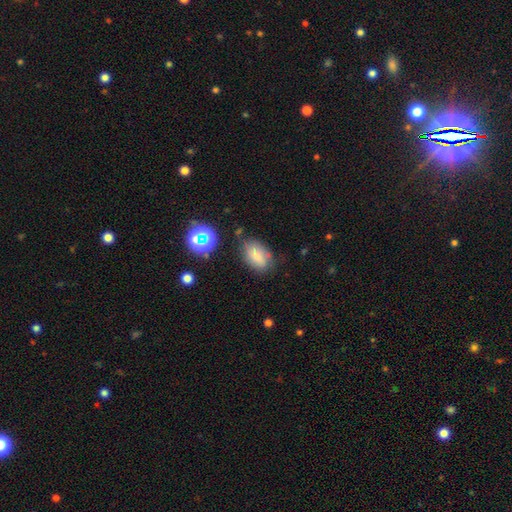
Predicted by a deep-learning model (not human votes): smooth 75%, star or artifact 13%, featured or disk 12%. Down the decision tree: how rounded — in between (88%); merging — none (66%).